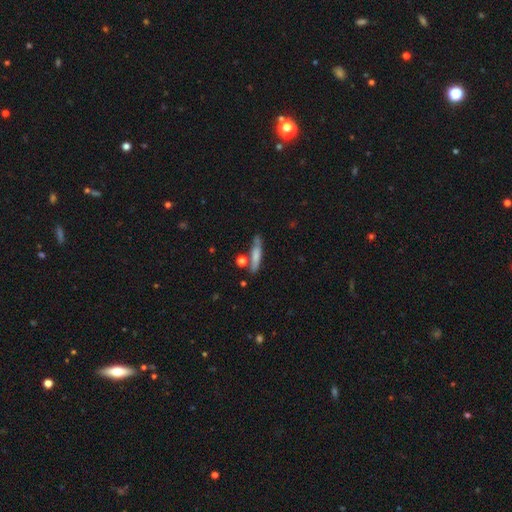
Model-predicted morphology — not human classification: A smooth galaxy with no disk features (66%) that is cigar-shaped (81%).

Vote fractions:
- Smooth or featured? smooth: 66% / featured or disk: 26% / star or artifact: 7%
- How rounded? cigar-shaped: 81% / in between: 16% / round: 3%
- Merging? none: 67% / minor disturbance: 18% / merger: 10% / major disturbance: 5%